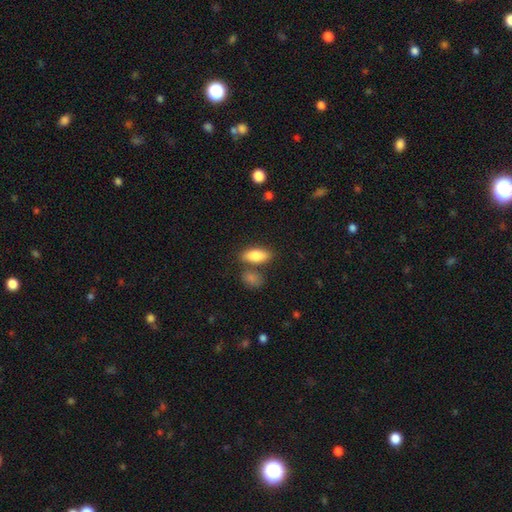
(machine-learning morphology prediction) Overall: smooth (84%). How rounded: in between (80%). Merging: none (69%).